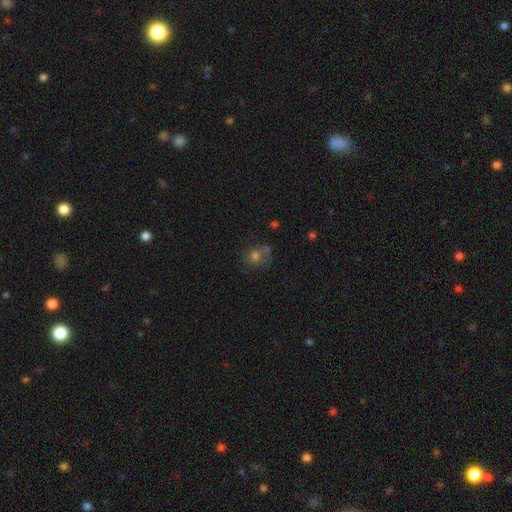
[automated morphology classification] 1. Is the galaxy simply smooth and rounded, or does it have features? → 61% smooth, 22% star or artifact, 17% featured or disk.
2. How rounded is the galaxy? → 76% round, 23% in between, 1% cigar-shaped.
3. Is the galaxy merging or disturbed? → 52% none, 21% merger, 17% minor disturbance, 9% major disturbance.